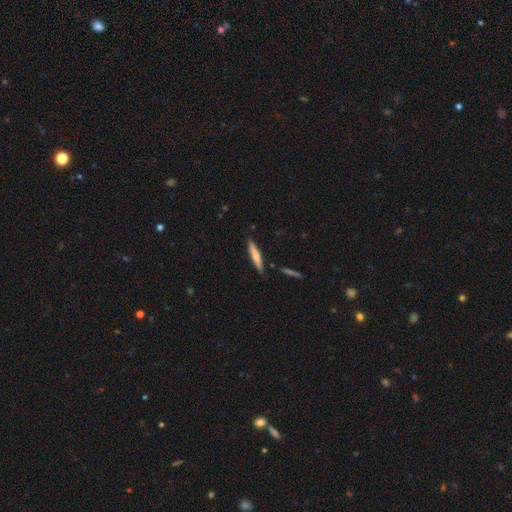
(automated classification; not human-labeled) Q: Smooth or featured?
A: smooth (65%); runner-up: featured or disk (29%)
Q: How rounded?
A: cigar-shaped (88%); runner-up: in between (10%)
Q: Merging?
A: none (86%); runner-up: minor disturbance (9%)